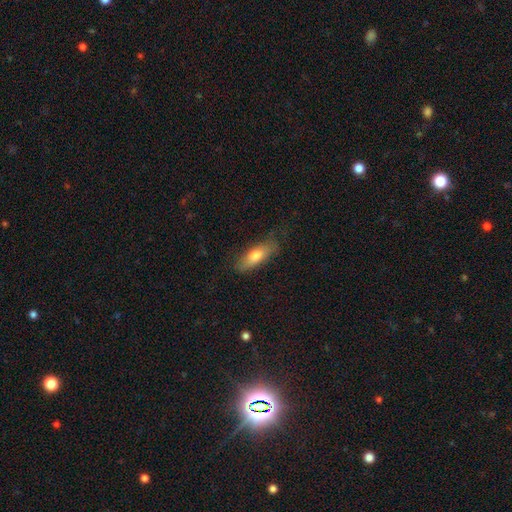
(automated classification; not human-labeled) Smooth or featured?
  - smooth: 72% *
  - featured or disk: 21%
  - star or artifact: 6%
How rounded?
  - in between: 65% *
  - cigar-shaped: 32%
  - round: 2%
Merging?
  - none: 74% *
  - minor disturbance: 20%
  - major disturbance: 5%
  - merger: 1%